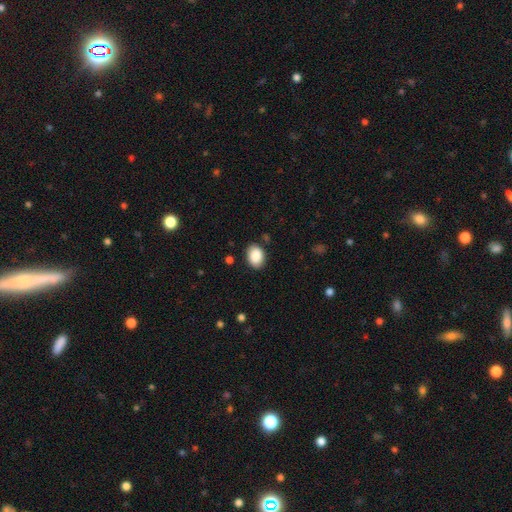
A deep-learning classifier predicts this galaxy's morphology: Smooth or featured? Predicted: smooth (p=0.89). How rounded? Predicted: in between (p=0.75). Merging? Predicted: none (p=0.85).